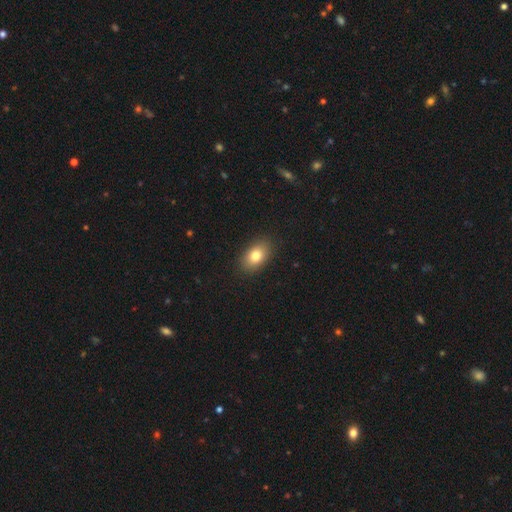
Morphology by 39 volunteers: Overall: smooth (85%). How rounded: in between (85%). Merging: none (95%).